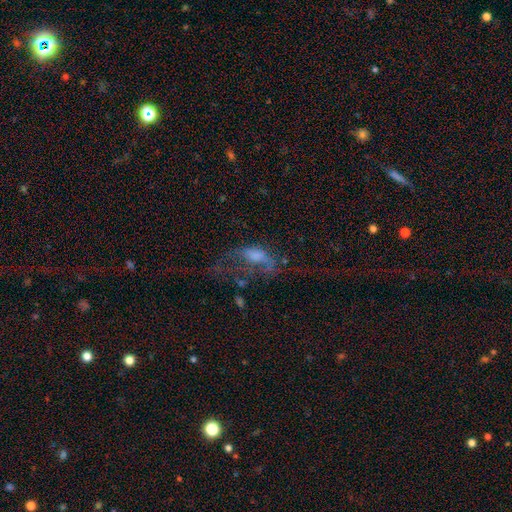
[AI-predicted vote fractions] This appears to be a featured or disk galaxy (46%). Merging: major disturbance (53%).